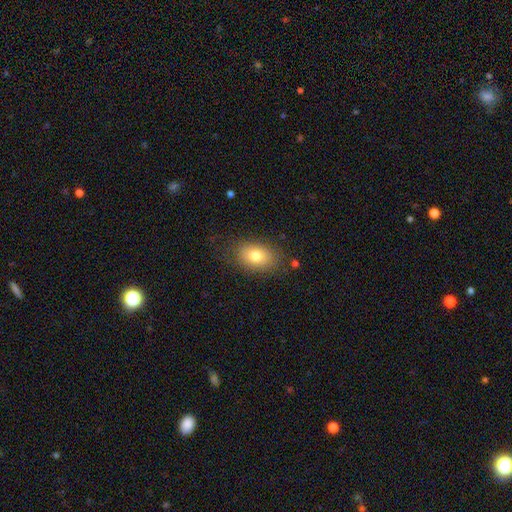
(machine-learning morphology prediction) This is likely a smooth galaxy (79%). How rounded: likely in between (79%). Merging: clearly none (81%).